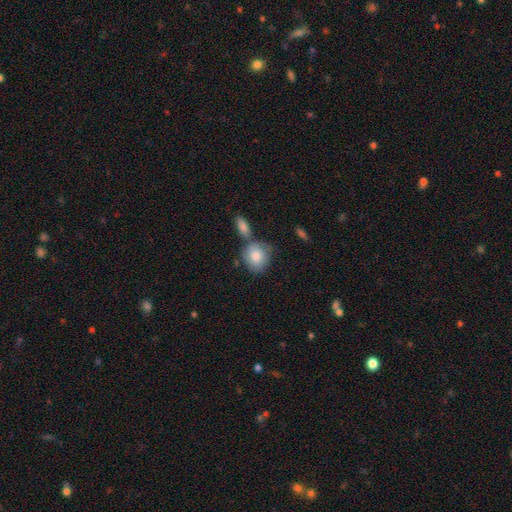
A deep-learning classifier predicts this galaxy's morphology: This appears to be a smooth galaxy with no disk features (81%) that is round (71%). Merging: none (53%).